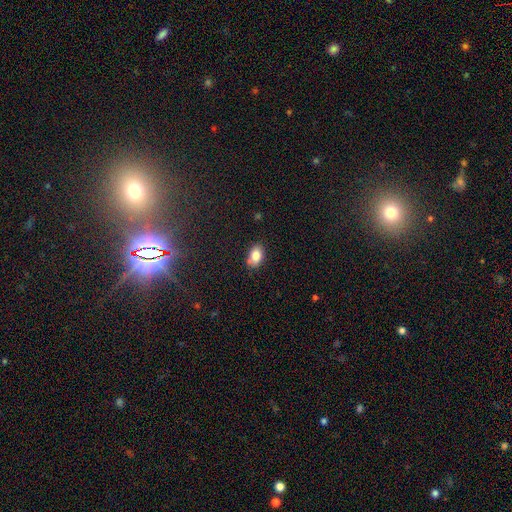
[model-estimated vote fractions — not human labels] Q: Smooth or featured?
A: smooth (82%); runner-up: featured or disk (9%)
Q: How rounded?
A: in between (86%); runner-up: round (13%)
Q: Merging?
A: none (76%); runner-up: minor disturbance (17%)